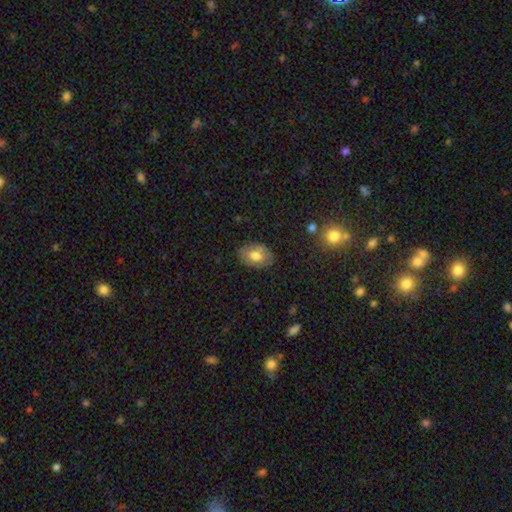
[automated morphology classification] Smooth or featured: smooth — 66% (featured or disk — 26%)
How rounded: in between — 85% (round — 13%)
Merging: none — 80% (minor disturbance — 15%)